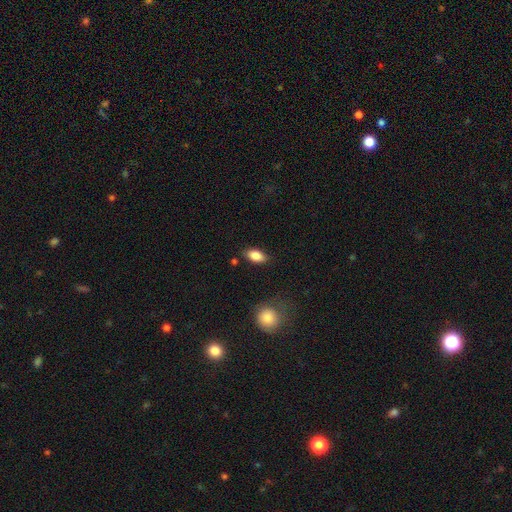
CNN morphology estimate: Smooth or featured? smooth (86%)
How rounded? in between (90%)
Merging? none (82%)